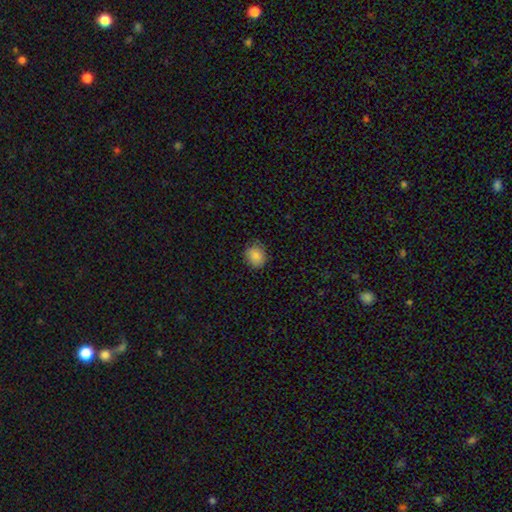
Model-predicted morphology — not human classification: This is clearly a smooth galaxy (85%). How rounded: likely round (75%). Merging: clearly none (83%).